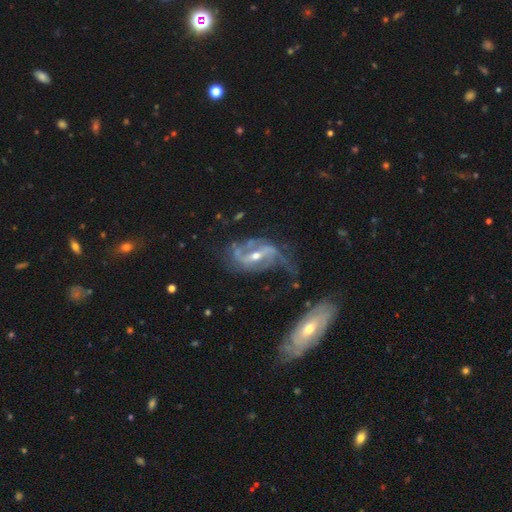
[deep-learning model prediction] A featured or disk galaxy (87%) with a strong bar (40%), 2 (77%) loose (44%) spiral arms (93%) and a moderate central bulge (48%).

Vote fractions:
- Smooth or featured? featured or disk: 87% / star or artifact: 7% / smooth: 6%
- Edge-on disk? no: 95% / yes: 5%
- Bar? strong: 40% / weak: 39% / no: 22%
- Spiral arms? yes: 93% / no: 7%
- Spiral winding? loose: 44% / medium: 40% / tight: 17%
- Spiral arm count? 2: 77% / can't tell: 9% / 3: 5% / 1: 4% / 4: 2% / more than 4: 2%
- Bulge size? moderate: 48% / small: 47% / large: 2% / none: 2% / dominant: 1%
- Merging? none: 51% / minor disturbance: 23% / major disturbance: 19% / merger: 8%